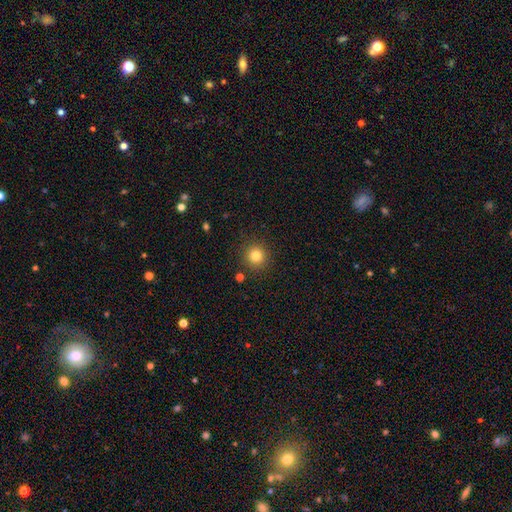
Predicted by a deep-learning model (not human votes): Smooth or featured? smooth (82%)
How rounded? round (94%)
Merging? none (89%)